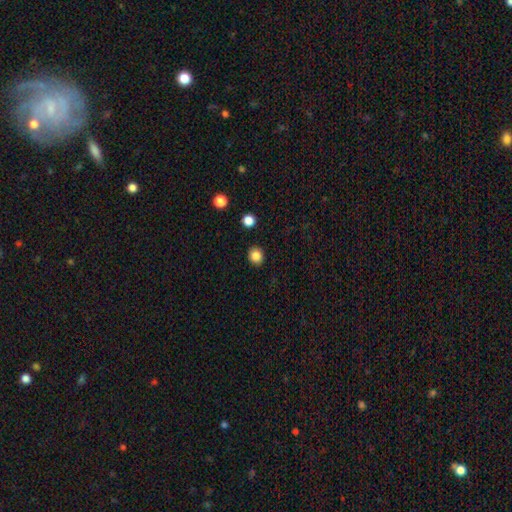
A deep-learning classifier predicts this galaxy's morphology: Overall: smooth (86%). How rounded: round (78%). Merging: none (91%).